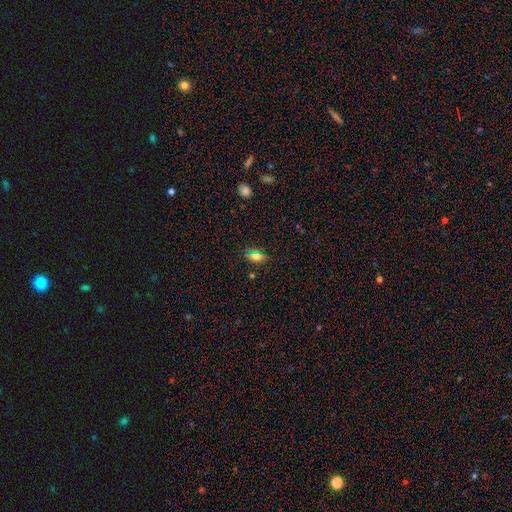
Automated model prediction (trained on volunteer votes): The model was most divided on "smooth or featured": smooth: 64%, star or artifact: 25%, featured or disk: 11%. More confident: merging — none (84%); how rounded — in between (77%).